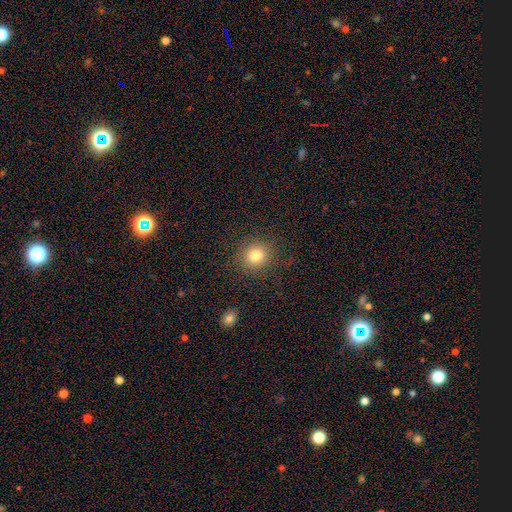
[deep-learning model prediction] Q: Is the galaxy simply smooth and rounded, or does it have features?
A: smooth — 81%.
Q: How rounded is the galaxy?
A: round — 87%.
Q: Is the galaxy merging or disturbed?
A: none — 88%.